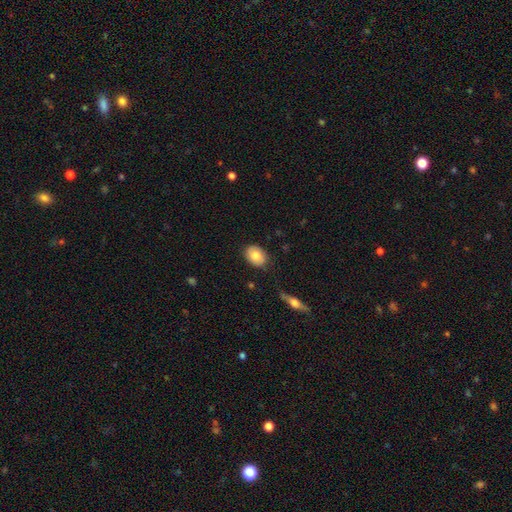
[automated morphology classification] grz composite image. It shows a smooth galaxy with no disk features (82%) that is in between round and cigar-shaped (70%). Merging: none (83%).